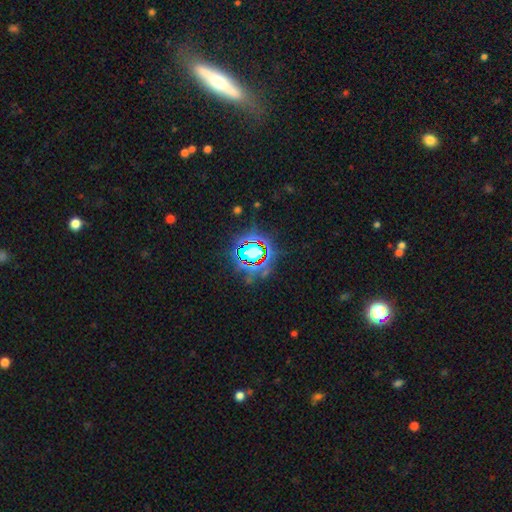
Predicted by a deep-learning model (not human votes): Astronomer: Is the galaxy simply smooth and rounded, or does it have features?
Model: star or artifact — 78%.